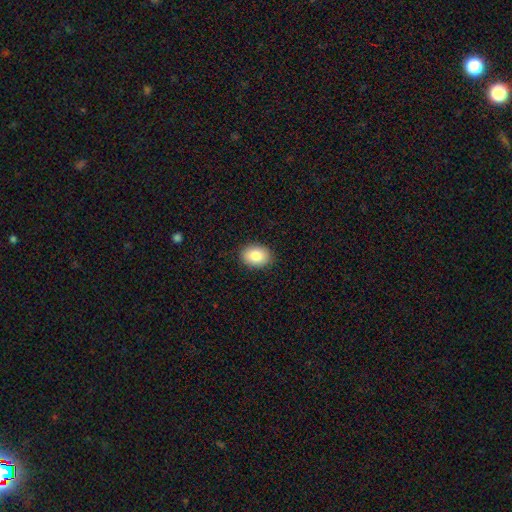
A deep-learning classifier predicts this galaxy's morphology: type=smooth (83%); roundness=in between (73%); merging=none (89%).